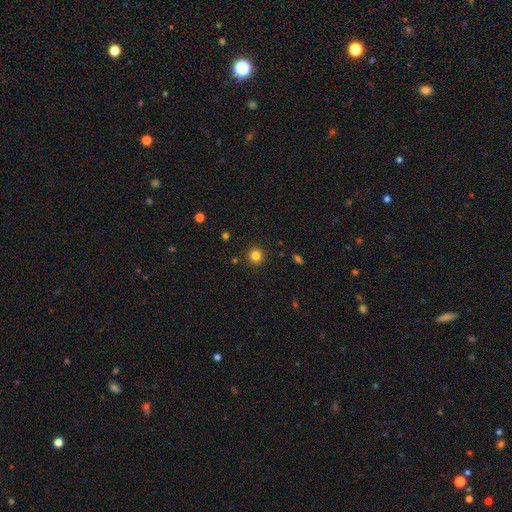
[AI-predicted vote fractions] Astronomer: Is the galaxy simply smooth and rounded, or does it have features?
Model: smooth — 82%.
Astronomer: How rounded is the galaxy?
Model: round — 93%.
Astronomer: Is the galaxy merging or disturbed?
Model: none — 90%.